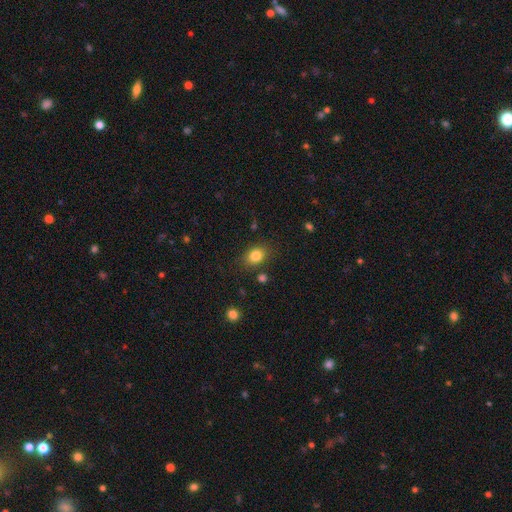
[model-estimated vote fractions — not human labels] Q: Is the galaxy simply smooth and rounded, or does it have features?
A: smooth — 83%.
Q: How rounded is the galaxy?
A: in between — 58%.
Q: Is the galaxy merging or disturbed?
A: none — 80%.